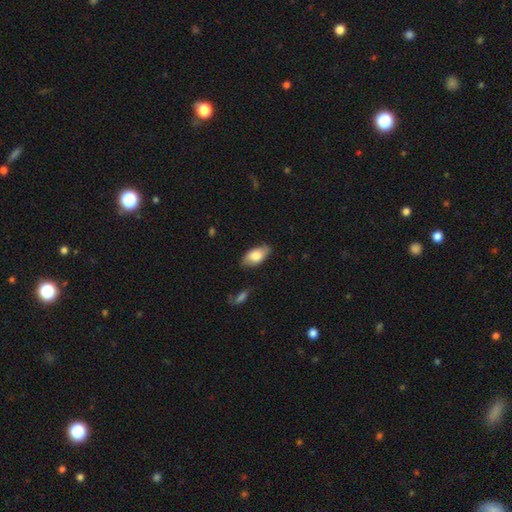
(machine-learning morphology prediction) The model was most divided on "smooth or featured": smooth: 77%, featured or disk: 17%, star or artifact: 6%. More confident: how rounded — in between (92%); merging — none (80%).